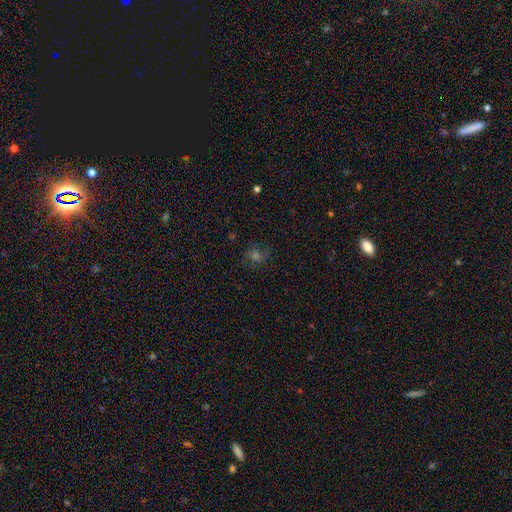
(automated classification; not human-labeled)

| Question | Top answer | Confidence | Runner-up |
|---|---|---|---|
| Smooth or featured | featured or disk | 40% | smooth (30%) |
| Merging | none | 79% | minor disturbance (13%) |